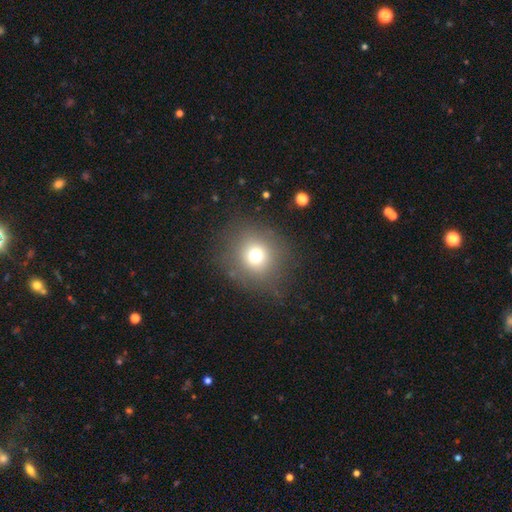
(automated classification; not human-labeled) Smooth or featured?
  - smooth: 71% *
  - star or artifact: 16%
  - featured or disk: 12%
How rounded?
  - round: 88% *
  - in between: 11%
  - cigar-shaped: 1%
Merging?
  - none: 82% *
  - minor disturbance: 10%
  - major disturbance: 6%
  - merger: 1%